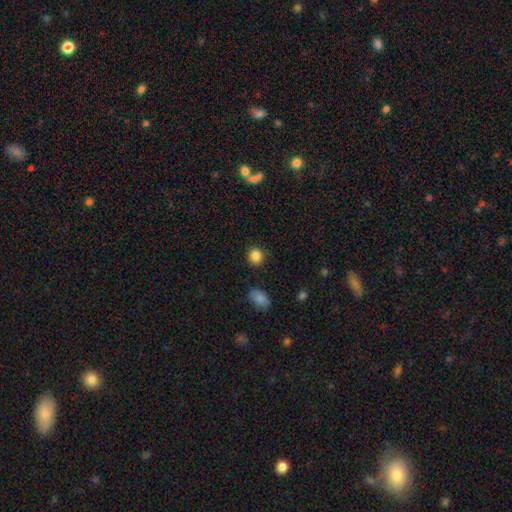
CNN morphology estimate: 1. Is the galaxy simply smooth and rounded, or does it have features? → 86% smooth, 10% star or artifact, 4% featured or disk.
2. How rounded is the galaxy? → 87% round, 12% in between, 1% cigar-shaped.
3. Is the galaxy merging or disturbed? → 89% none, 7% minor disturbance, 2% major disturbance, 2% merger.